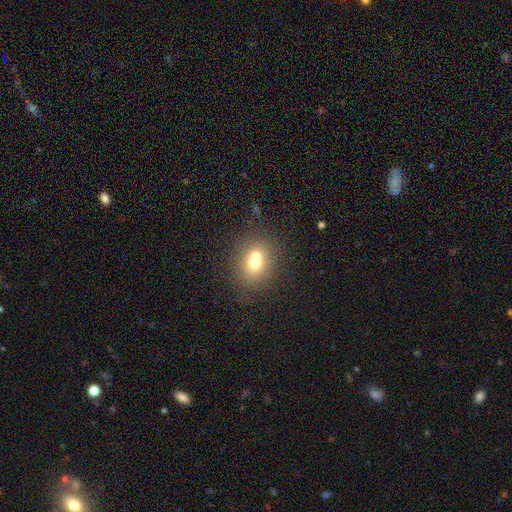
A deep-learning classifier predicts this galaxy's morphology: Smooth or featured? Predicted: smooth (p=0.66). How rounded? Predicted: round (p=0.64). Merging? Predicted: merger (p=0.46).